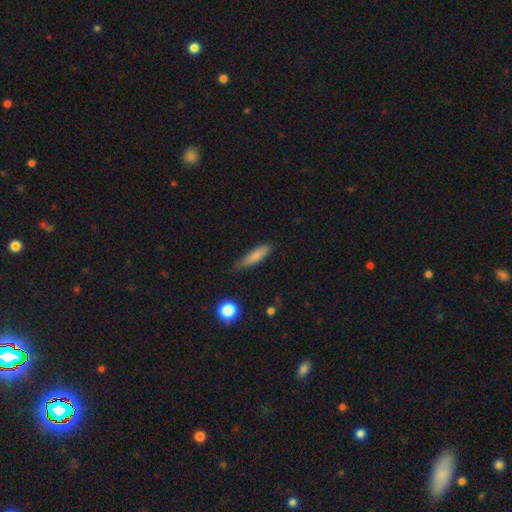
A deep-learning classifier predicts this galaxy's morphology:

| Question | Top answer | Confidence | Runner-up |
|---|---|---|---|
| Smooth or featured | smooth | 77% | featured or disk (15%) |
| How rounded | cigar-shaped | 74% | in between (24%) |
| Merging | none | 71% | minor disturbance (24%) |